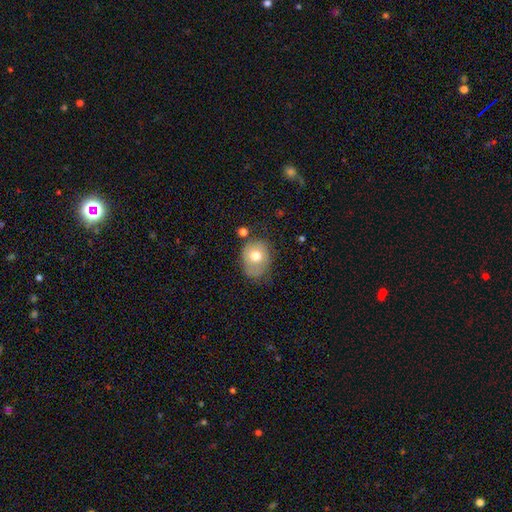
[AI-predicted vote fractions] smooth_or_featured: smooth (p=0.69) [alt: featured or disk p=0.22]
how_rounded: round (p=0.53) [alt: in between p=0.46]
merging: none (p=0.48) [alt: minor disturbance p=0.33]